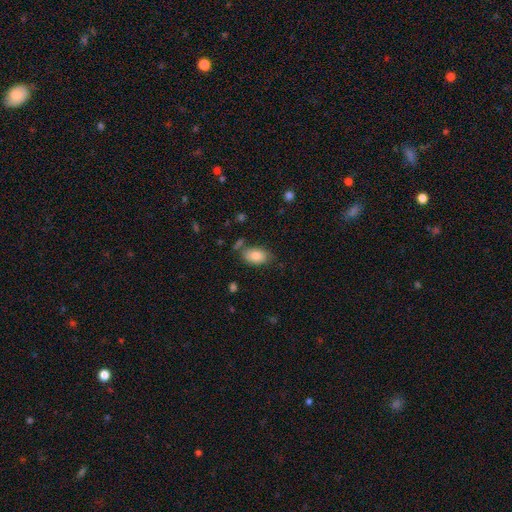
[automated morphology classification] Smooth or featured?
  - smooth: 83% *
  - featured or disk: 9%
  - star or artifact: 7%
How rounded?
  - in between: 91% *
  - round: 8%
  - cigar-shaped: 2%
Merging?
  - none: 71% *
  - minor disturbance: 18%
  - merger: 7%
  - major disturbance: 5%